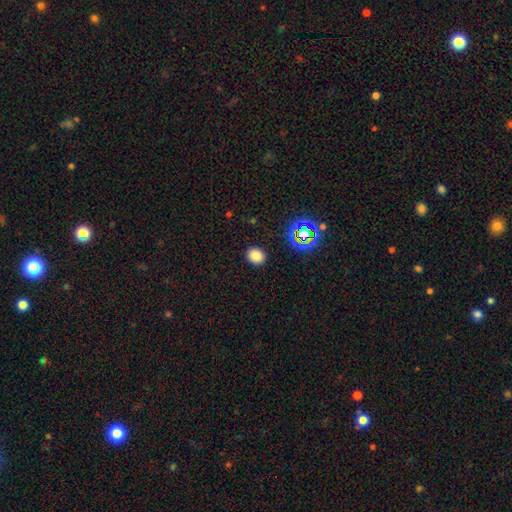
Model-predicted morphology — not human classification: Q: Smooth or featured?
A: smooth (79%); runner-up: star or artifact (16%)
Q: How rounded?
A: round (65%); runner-up: in between (34%)
Q: Merging?
A: none (89%); runner-up: minor disturbance (8%)